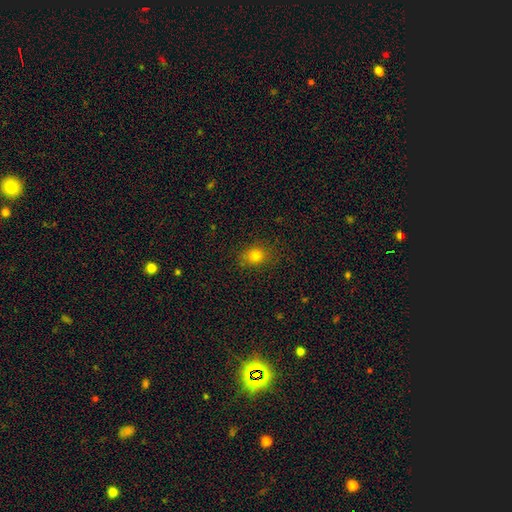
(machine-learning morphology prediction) The model was most divided on "how rounded": round: 55%, in between: 44%, cigar-shaped: 1%. More confident: merging — none (82%); smooth or featured — smooth (78%).